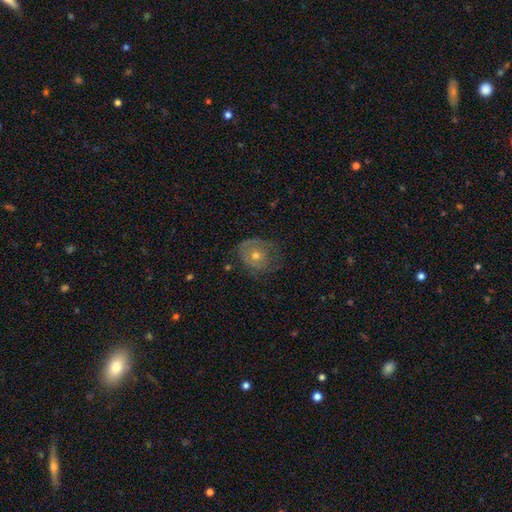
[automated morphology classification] Smooth or featured? Predicted: featured or disk (p=0.55). Edge-on disk? Predicted: no (p=0.96). Bar? Predicted: no (p=0.83). Spiral arms? Predicted: yes (p=0.53). Bulge size? Predicted: moderate (p=0.61). Merging? Predicted: none (p=0.63).